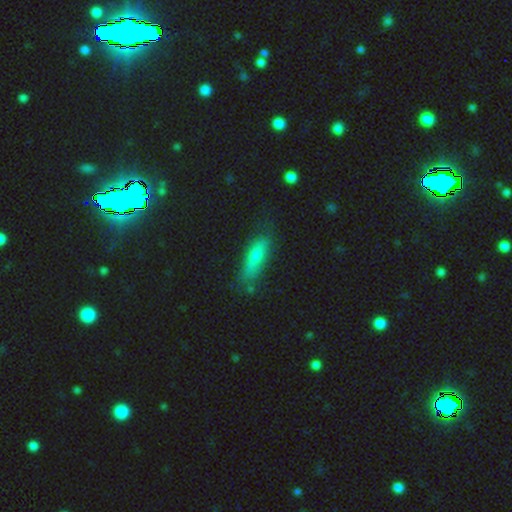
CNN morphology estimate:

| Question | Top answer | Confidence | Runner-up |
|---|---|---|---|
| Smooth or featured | smooth | 71% | featured or disk (21%) |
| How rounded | cigar-shaped | 55% | in between (42%) |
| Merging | none | 70% | minor disturbance (21%) |